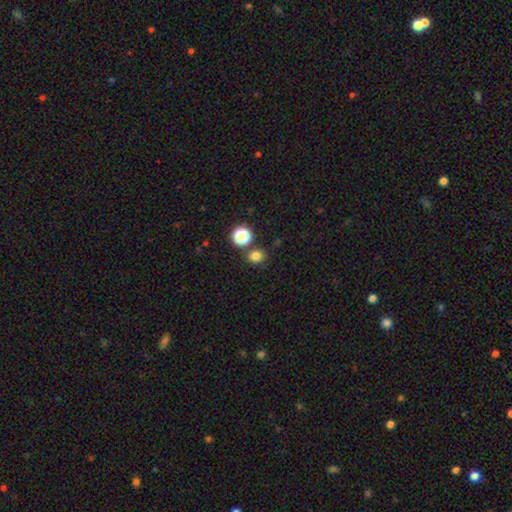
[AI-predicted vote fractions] smooth 79%, star or artifact 17%, featured or disk 5%. Down the decision tree: how rounded — round (77%); merging — none (81%).